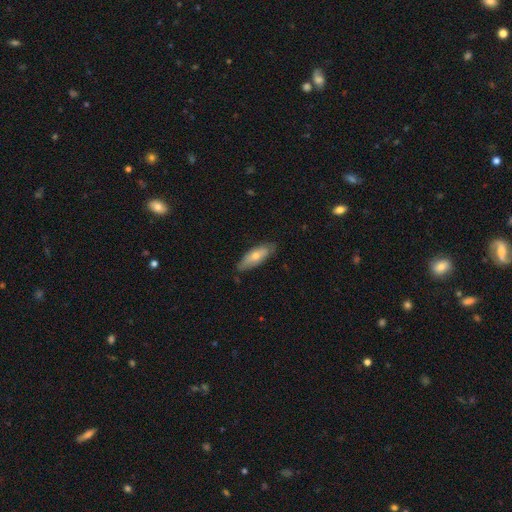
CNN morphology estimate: Q: Smooth or featured?
A: smooth (57%); runner-up: featured or disk (36%)
Q: How rounded?
A: in between (59%); runner-up: cigar-shaped (39%)
Q: Merging?
A: none (79%); runner-up: minor disturbance (17%)